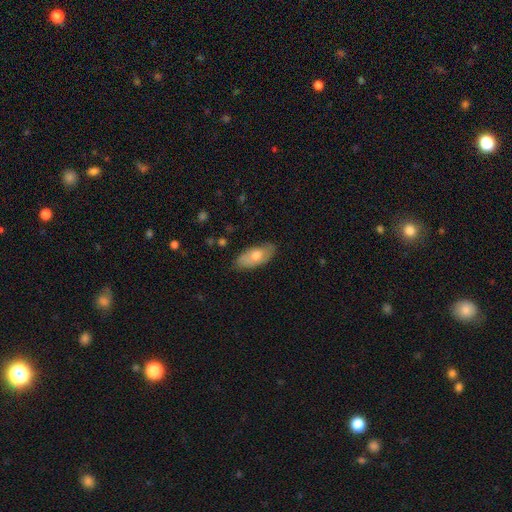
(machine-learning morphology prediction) Smooth or featured: smooth — 67% (featured or disk — 27%)
How rounded: in between — 89% (cigar-shaped — 8%)
Merging: none — 78% (minor disturbance — 18%)